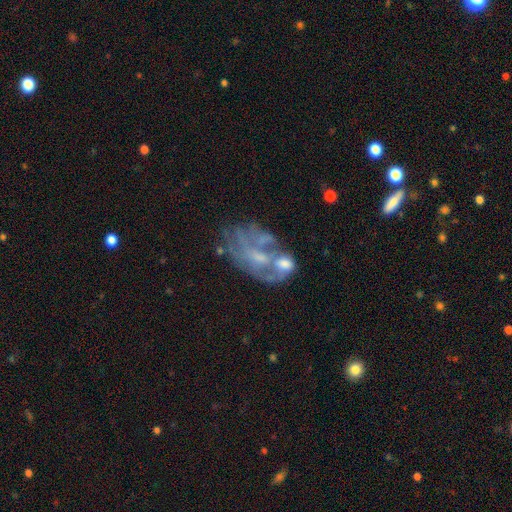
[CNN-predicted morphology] Overall: featured or disk (67%). Edge-on disk: no (97%). Bar: no (74%). Spiral arms: no (66%; yes 34%). Bulge size: none (36%; small 34%). Merging: none (31%; merger 26%).